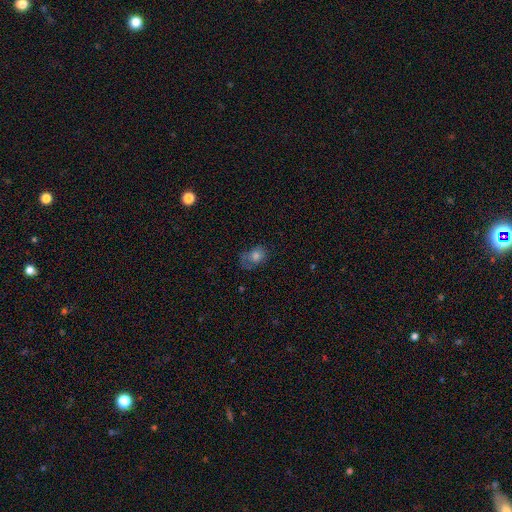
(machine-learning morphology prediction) This is likely a smooth galaxy (68%). How rounded: likely in between (66%). Merging: marginally none (38%).